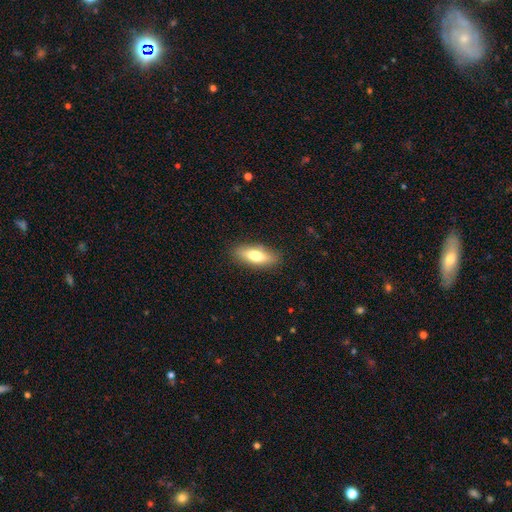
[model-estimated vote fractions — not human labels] Q: Smooth or featured?
A: smooth (71%); runner-up: featured or disk (23%)
Q: How rounded?
A: in between (65%); runner-up: cigar-shaped (32%)
Q: Merging?
A: none (87%); runner-up: minor disturbance (10%)